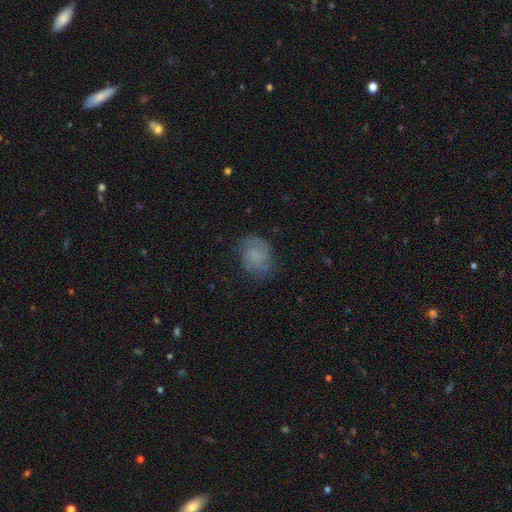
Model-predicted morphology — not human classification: This appears to be a smooth galaxy with no disk features (56%) that is round (51%). Merging: none (72%).